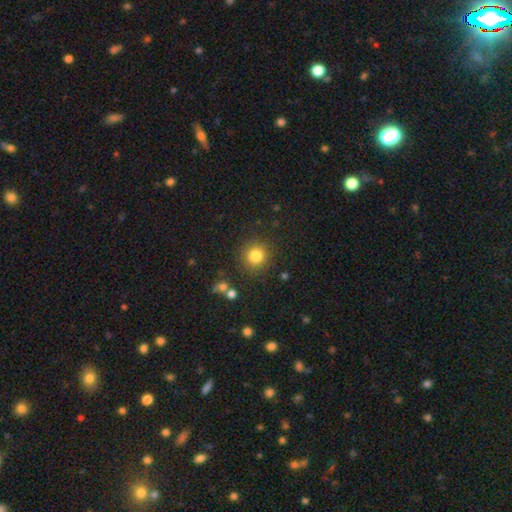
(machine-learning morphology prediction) A smooth galaxy with no disk features (82%) that is round (91%).

Vote fractions:
- Smooth or featured? smooth: 82% / star or artifact: 12% / featured or disk: 6%
- How rounded? round: 91% / in between: 8% / cigar-shaped: 1%
- Merging? none: 87% / minor disturbance: 8% / major disturbance: 3% / merger: 3%